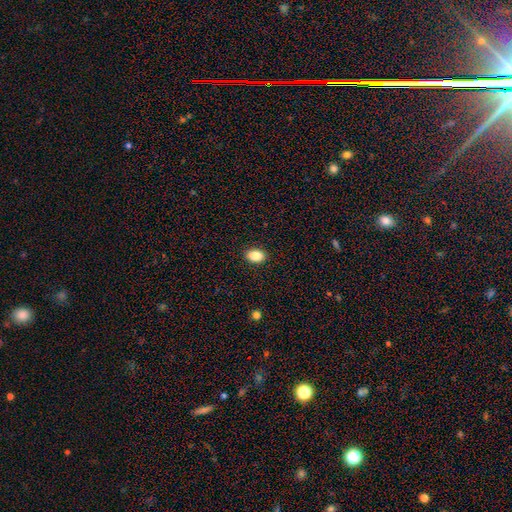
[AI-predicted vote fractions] A smooth galaxy with no disk features (86%) that is in between round and cigar-shaped (84%).

Vote fractions:
- Smooth or featured? smooth: 86% / star or artifact: 9% / featured or disk: 5%
- How rounded? in between: 84% / round: 15% / cigar-shaped: 1%
- Merging? none: 91% / minor disturbance: 7% / major disturbance: 2% / merger: 1%